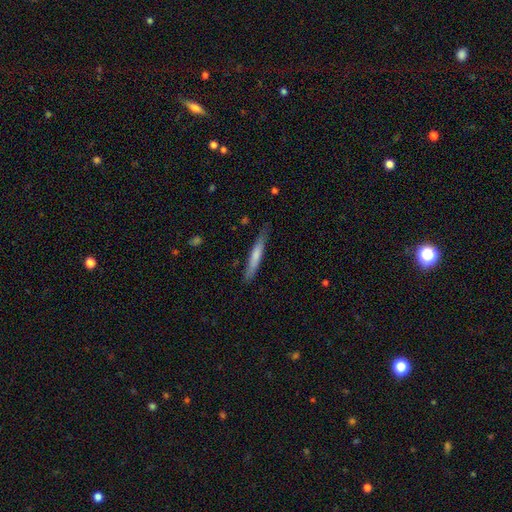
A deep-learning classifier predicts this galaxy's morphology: Smooth or featured? smooth (66%)
How rounded? cigar-shaped (94%)
Merging? none (79%)